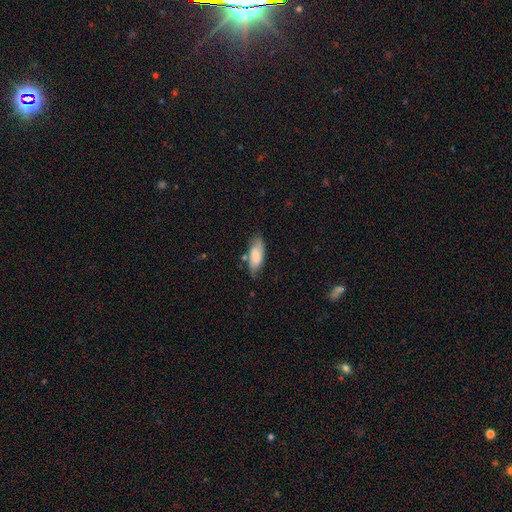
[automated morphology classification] Smooth or featured? Predicted: smooth (p=0.72). How rounded? Predicted: in between (p=0.80). Merging? Predicted: none (p=0.64).